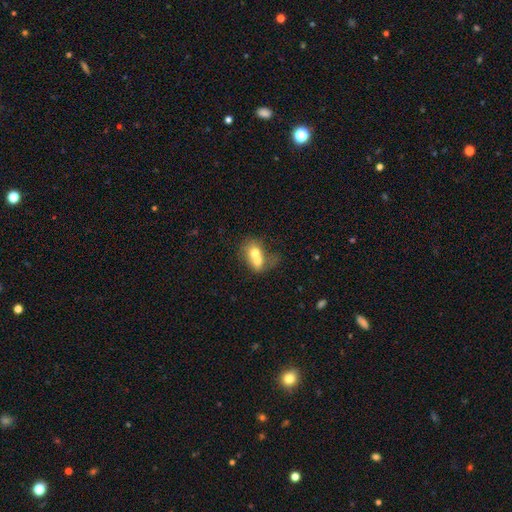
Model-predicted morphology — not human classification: Q: Smooth or featured?
A: smooth (64%); runner-up: featured or disk (27%)
Q: How rounded?
A: in between (51%); runner-up: round (47%)
Q: Merging?
A: merger (75%); runner-up: none (14%)